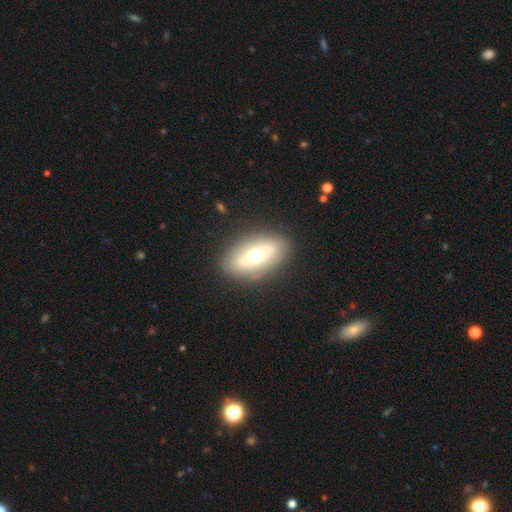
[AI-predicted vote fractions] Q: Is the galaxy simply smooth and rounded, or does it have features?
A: featured or disk — 48%.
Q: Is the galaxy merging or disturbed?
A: none — 84%.